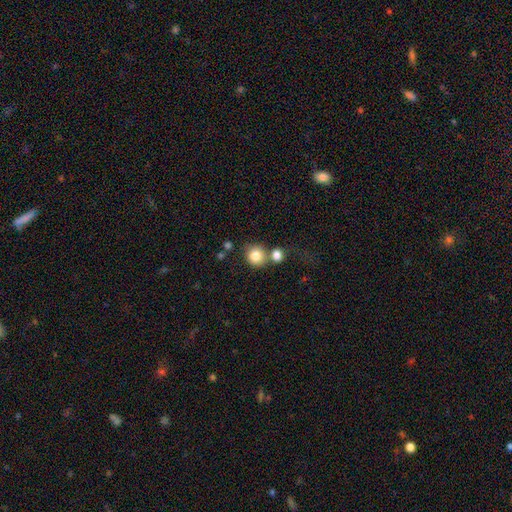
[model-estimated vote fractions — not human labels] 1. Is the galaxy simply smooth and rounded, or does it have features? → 83% smooth, 10% star or artifact, 8% featured or disk.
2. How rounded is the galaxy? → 88% round, 11% in between, 1% cigar-shaped.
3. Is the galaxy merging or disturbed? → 59% none, 27% merger, 9% minor disturbance, 4% major disturbance.